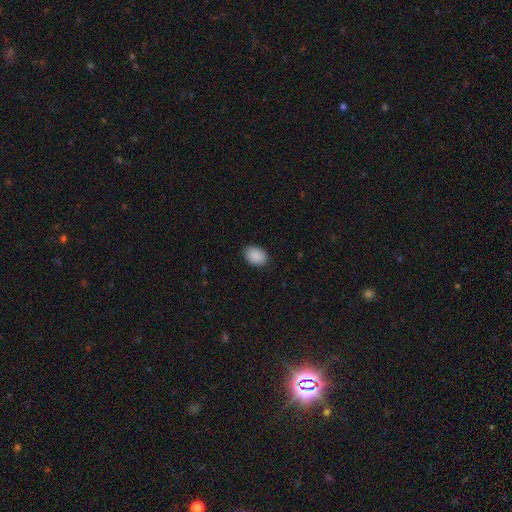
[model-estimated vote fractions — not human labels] This is clearly a smooth galaxy (90%). How rounded: likely in between (80%). Merging: clearly none (88%).